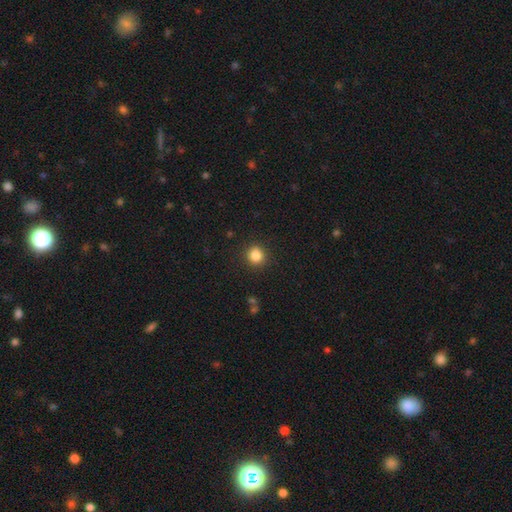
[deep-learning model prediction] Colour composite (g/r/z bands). It shows a smooth galaxy with no disk features (84%) that is round (87%). Merging: none (89%).